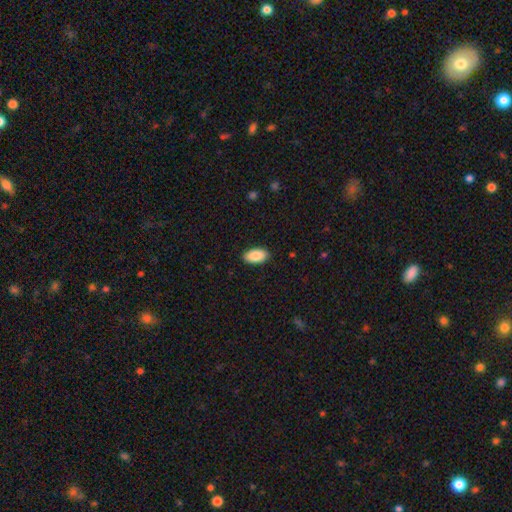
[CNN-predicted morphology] smooth 89%, star or artifact 6%, featured or disk 4%. Down the decision tree: how rounded — in between (95%); merging — none (89%).